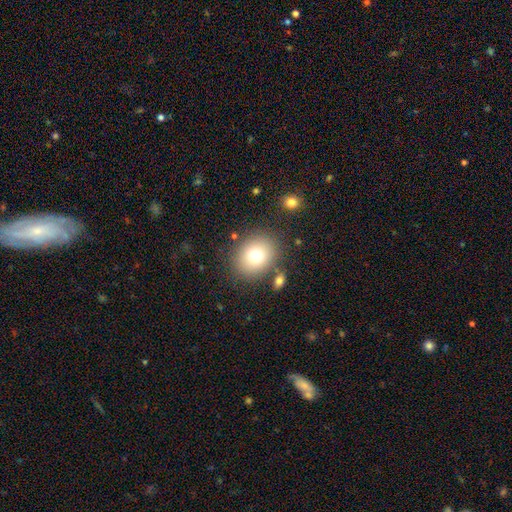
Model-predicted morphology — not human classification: Smooth or featured?
  - smooth: 76% *
  - featured or disk: 12%
  - star or artifact: 12%
How rounded?
  - round: 59% *
  - in between: 40%
  - cigar-shaped: 1%
Merging?
  - none: 80% *
  - minor disturbance: 10%
  - merger: 6%
  - major disturbance: 4%